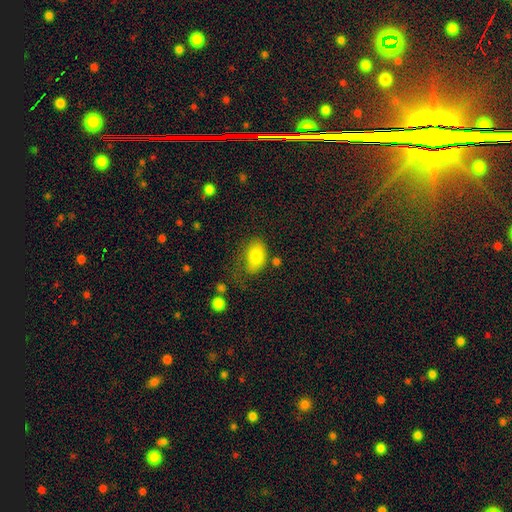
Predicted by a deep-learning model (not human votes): Smooth or featured? smooth (80%)
How rounded? in between (88%)
Merging? none (52%)